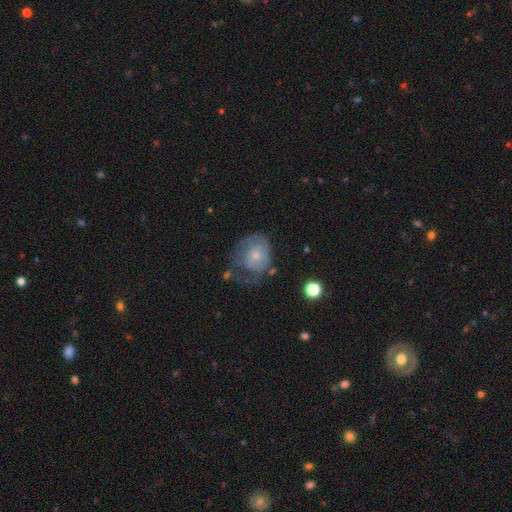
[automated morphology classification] smooth_or_featured: smooth (p=0.51) [alt: featured or disk p=0.40]
how_rounded: round (p=0.63) [alt: in between p=0.36]
merging: major disturbance (p=0.34) [alt: none p=0.32]